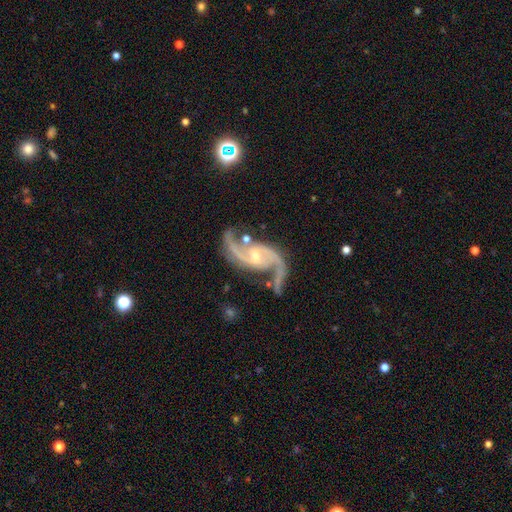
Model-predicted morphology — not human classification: Smooth or featured: featured or disk — 93% (star or artifact — 5%)
Edge-on disk: no — 98% (yes — 2%)
Bar: no — 42% (weak — 40%)
Spiral arms: yes — 98% (no — 2%)
Spiral winding: loose — 55% (medium — 37%)
Spiral arm count: 2 — 93% (3 — 2%)
Bulge size: small — 61% (moderate — 34%)
Merging: none — 66% (minor disturbance — 18%)